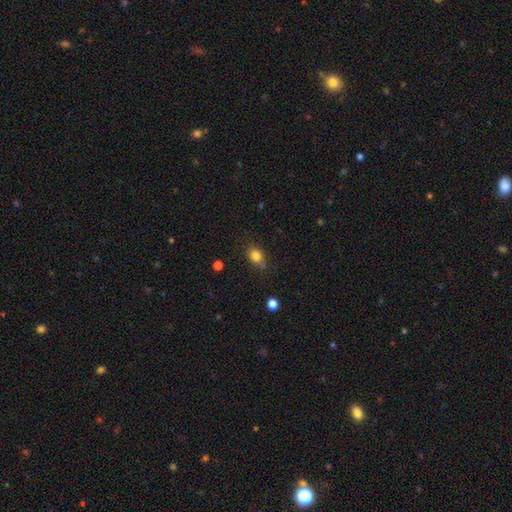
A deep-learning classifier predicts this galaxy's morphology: The model was most divided on "how rounded": in between: 55%, round: 44%, cigar-shaped: 2%. More confident: smooth or featured — smooth (82%); merging — none (69%).